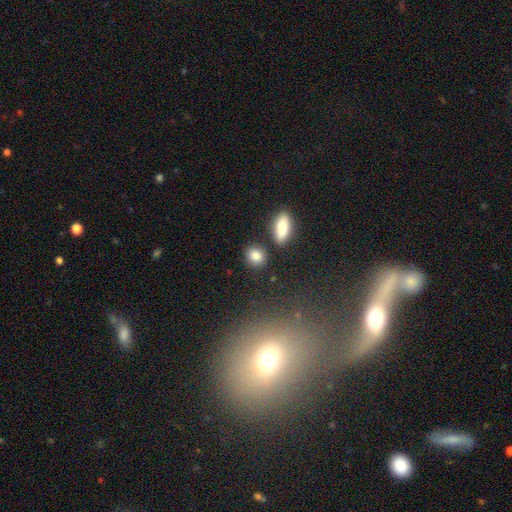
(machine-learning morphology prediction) Smooth or featured? smooth (85%)
How rounded? round (65%)
Merging? none (81%)